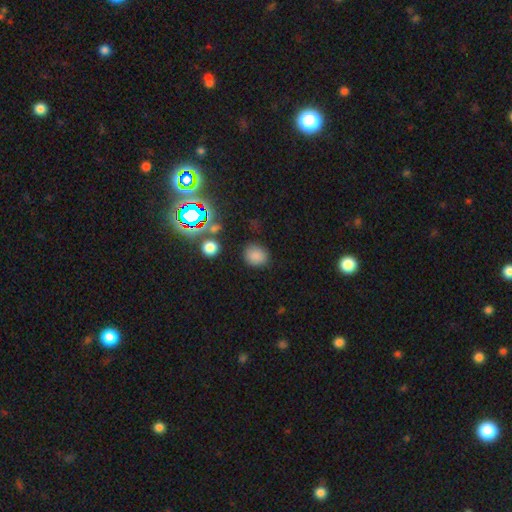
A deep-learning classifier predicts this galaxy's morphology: type=smooth (78%); roundness=round (65%); merging=none (82%).